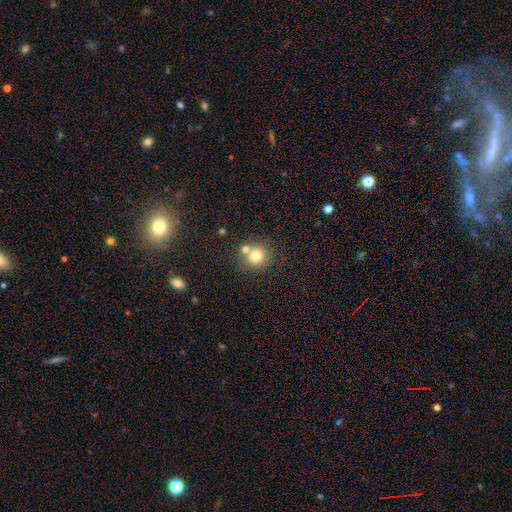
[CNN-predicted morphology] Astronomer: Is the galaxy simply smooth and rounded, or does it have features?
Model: smooth — 76%.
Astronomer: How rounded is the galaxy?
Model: round — 90%.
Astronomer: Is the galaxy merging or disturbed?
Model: none — 61%.